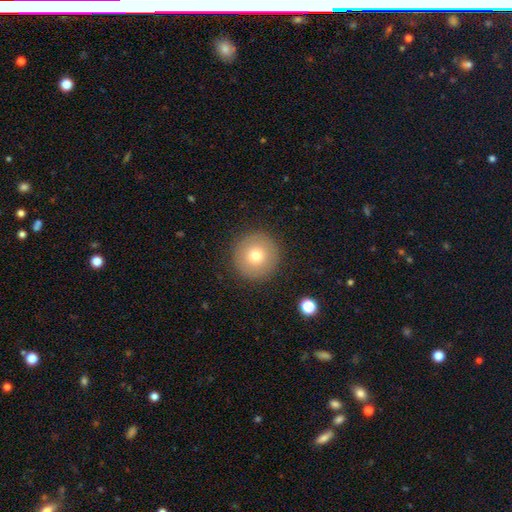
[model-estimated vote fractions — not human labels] The model was most divided on "smooth or featured": smooth: 74%, featured or disk: 16%, star or artifact: 10%. More confident: how rounded — round (97%); merging — none (91%).